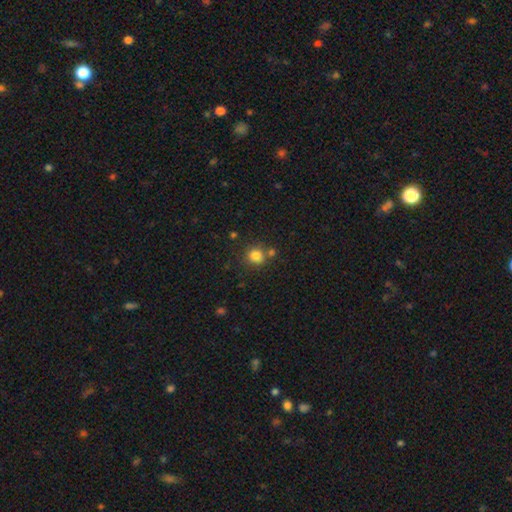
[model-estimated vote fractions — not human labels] This appears to be a smooth galaxy with no disk features (81%) that is round (85%). Merging: none (70%).